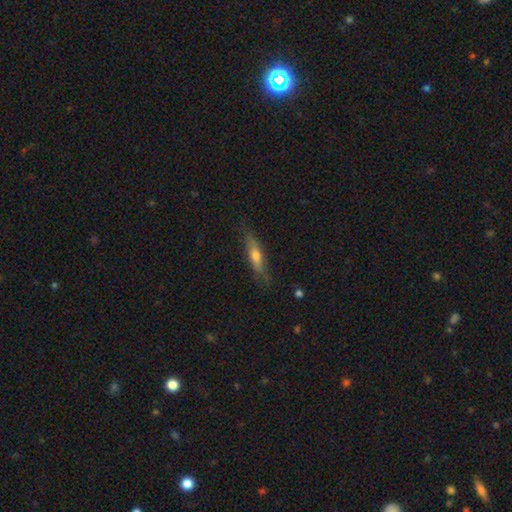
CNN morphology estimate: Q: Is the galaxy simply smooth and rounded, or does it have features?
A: smooth — 57%.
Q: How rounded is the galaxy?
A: cigar-shaped — 73%.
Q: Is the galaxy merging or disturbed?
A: none — 78%.